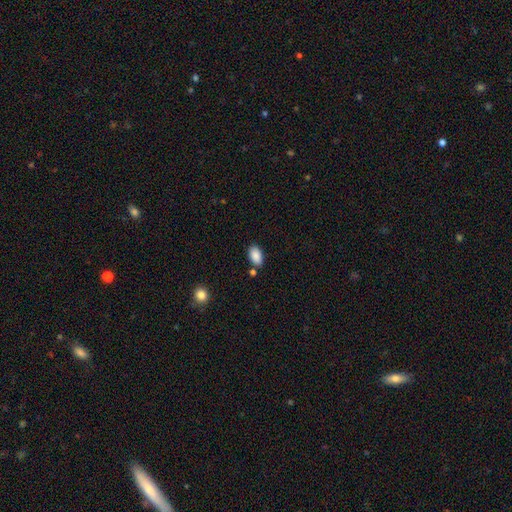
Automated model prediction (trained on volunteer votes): A smooth galaxy with no disk features (89%) that is in between round and cigar-shaped (93%).

Vote fractions:
- Smooth or featured? smooth: 89% / star or artifact: 7% / featured or disk: 4%
- How rounded? in between: 93% / round: 6% / cigar-shaped: 2%
- Merging? none: 79% / minor disturbance: 12% / merger: 7% / major disturbance: 3%